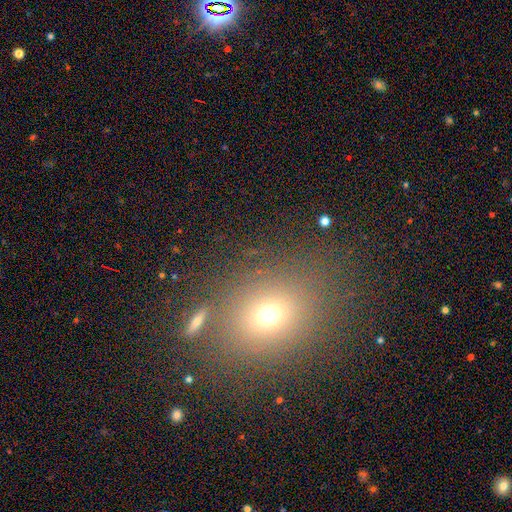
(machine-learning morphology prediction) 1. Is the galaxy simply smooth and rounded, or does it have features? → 58% smooth, 31% star or artifact, 11% featured or disk.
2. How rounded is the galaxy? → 54% round, 44% in between, 2% cigar-shaped.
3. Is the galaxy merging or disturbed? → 78% none, 10% minor disturbance, 7% merger, 5% major disturbance.